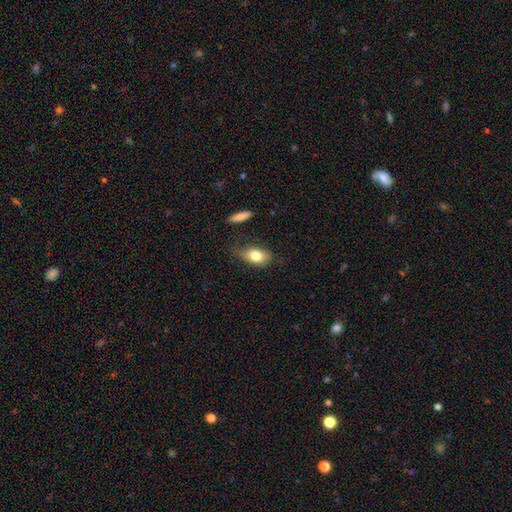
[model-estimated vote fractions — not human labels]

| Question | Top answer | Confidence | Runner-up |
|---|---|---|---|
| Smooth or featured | smooth | 79% | featured or disk (13%) |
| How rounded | in between | 83% | round (13%) |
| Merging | none | 52% | minor disturbance (32%) |